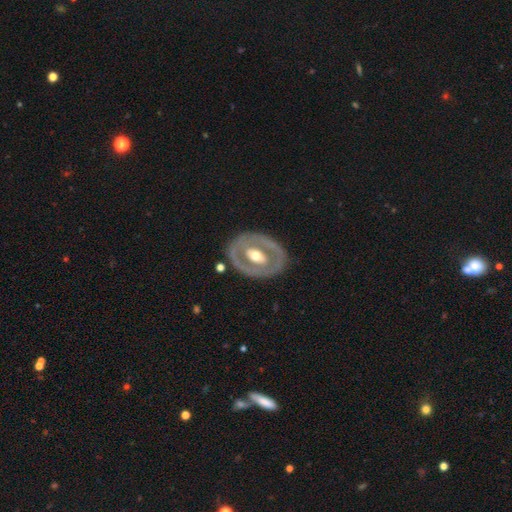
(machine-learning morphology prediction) type=featured or disk (69%); edge-on=no (93%); bar=no (51%); spiral arms=no (81%); bulge=moderate (73%); merging=none (79%).